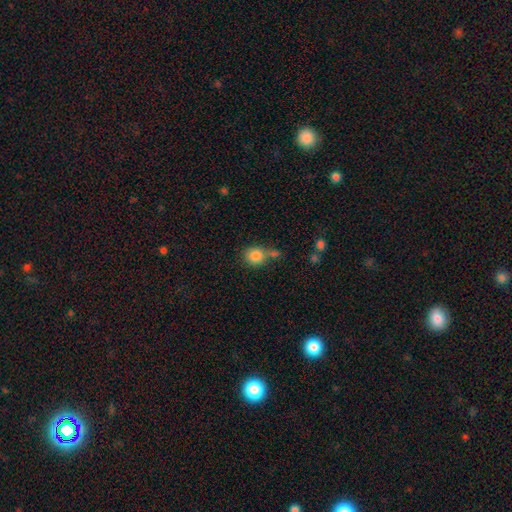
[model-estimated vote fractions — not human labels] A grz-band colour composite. It shows a smooth galaxy with no disk features (84%) that is round (78%). Merging: none (57%).